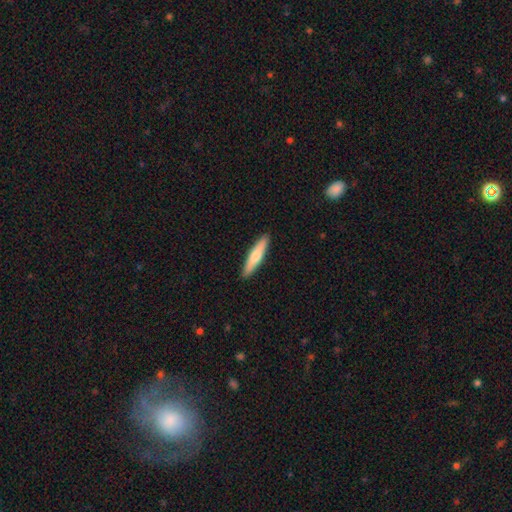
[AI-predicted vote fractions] This appears to be a smooth galaxy with no disk features (63%) that is cigar-shaped (87%). Merging: none (91%).